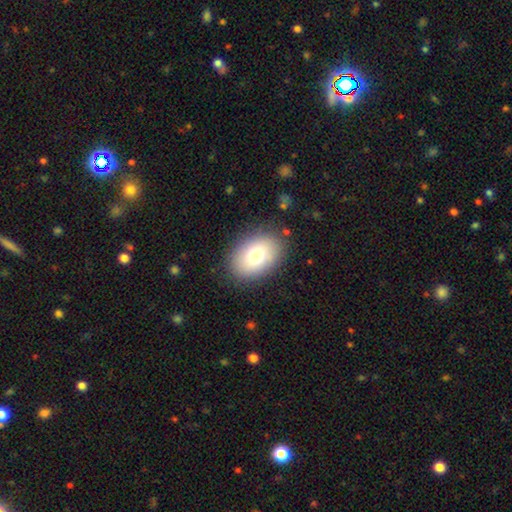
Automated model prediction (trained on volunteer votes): smooth_or_featured: smooth (p=0.77) [alt: featured or disk p=0.15]
how_rounded: in between (p=0.81) [alt: round p=0.18]
merging: none (p=0.85) [alt: minor disturbance p=0.10]